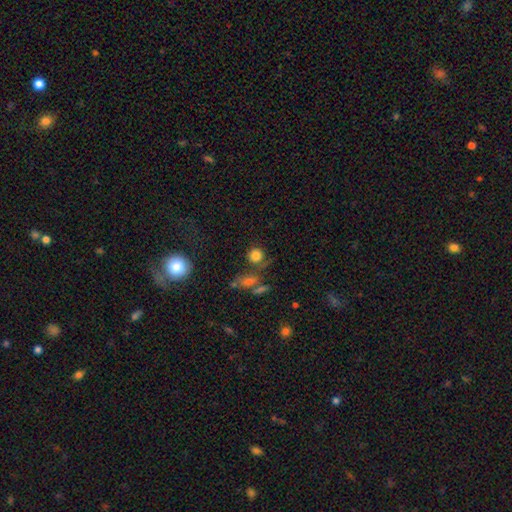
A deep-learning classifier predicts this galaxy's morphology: This is likely a smooth galaxy (80%). How rounded: clearly round (88%). Merging: likely none (65%).